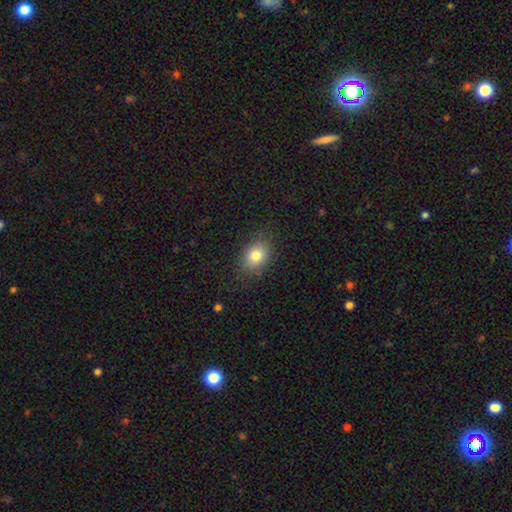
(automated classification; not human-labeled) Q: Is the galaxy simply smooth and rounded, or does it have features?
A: smooth — 80%.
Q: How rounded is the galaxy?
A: in between — 62%.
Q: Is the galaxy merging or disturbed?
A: none — 82%.